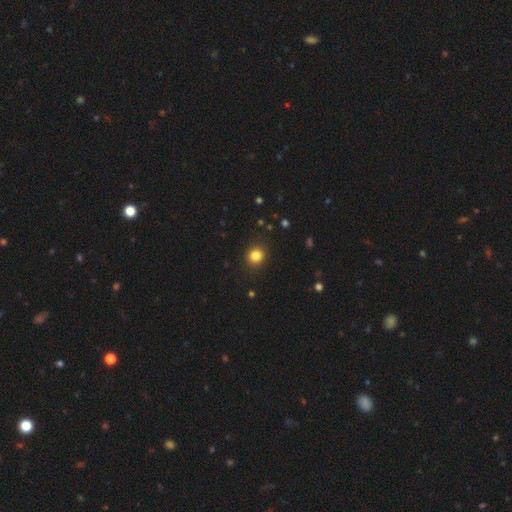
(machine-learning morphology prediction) Smooth or featured? smooth (83%)
How rounded? round (85%)
Merging? none (90%)